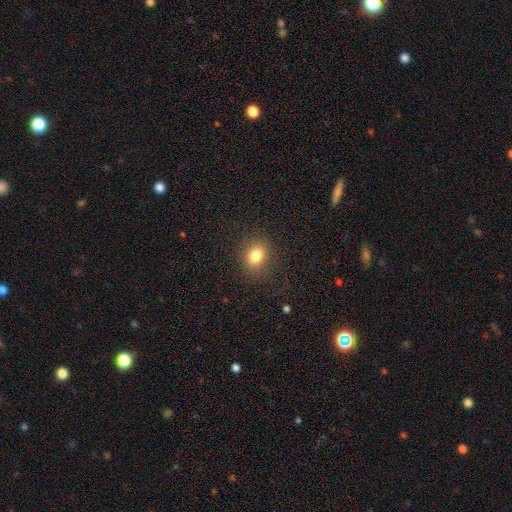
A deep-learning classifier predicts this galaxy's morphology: Smooth or featured? Predicted: smooth (p=0.81). How rounded? Predicted: round (p=0.54). Merging? Predicted: none (p=0.85).